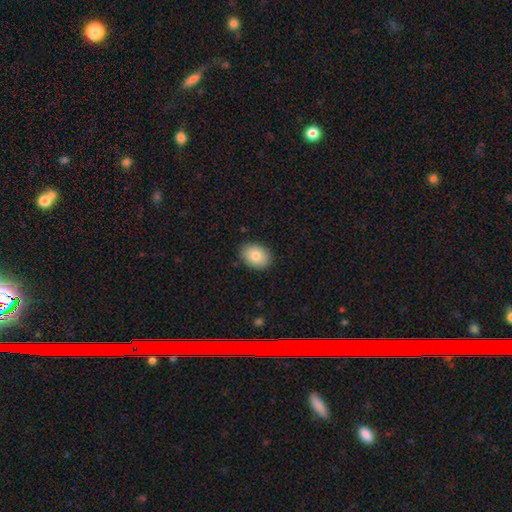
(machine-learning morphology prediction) Smooth or featured? smooth (81%)
How rounded? in between (69%)
Merging? none (88%)